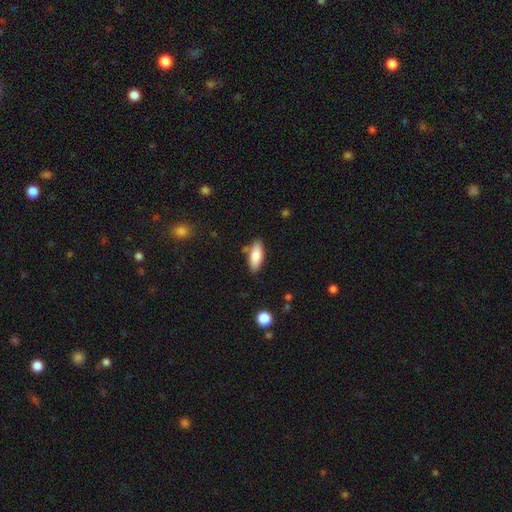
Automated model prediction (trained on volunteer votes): Morphology: type=smooth (83%); roundness=in between (75%); merging=none (80%).